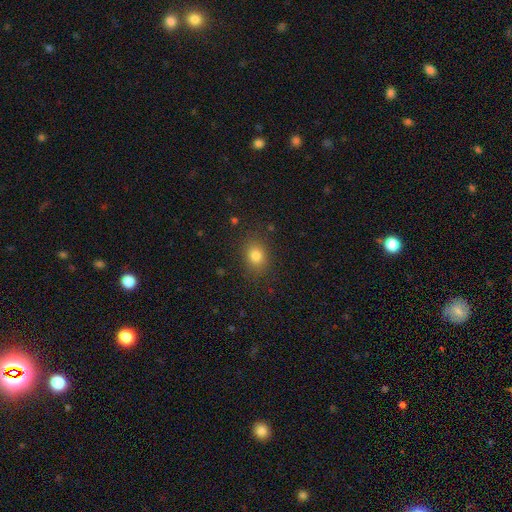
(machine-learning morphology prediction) This is clearly a smooth galaxy (81%). How rounded: possibly in between (52%). Merging: clearly none (85%).